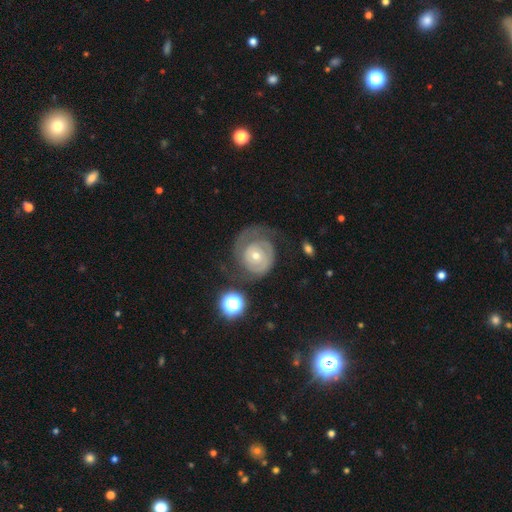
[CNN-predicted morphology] smooth_or_featured: featured or disk (p=0.77) [alt: smooth p=0.16]
disk_edge_on: no (p=0.98) [alt: yes p=0.02]
bar: no (p=0.78) [alt: weak p=0.18]
has_spiral_arms: yes (p=0.88) [alt: no p=0.12]
spiral_winding: tight (p=0.66) [alt: medium p=0.24]
spiral_arm_count: 2 (p=0.40) [alt: 1 p=0.27]
bulge_size: small (p=0.54) [alt: moderate p=0.41]
merging: none (p=0.51) [alt: major disturbance p=0.26]